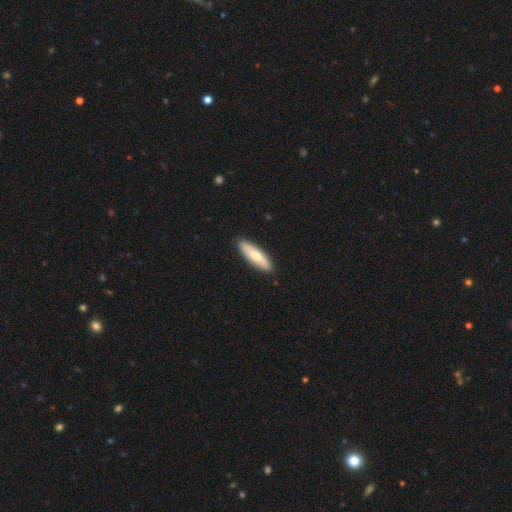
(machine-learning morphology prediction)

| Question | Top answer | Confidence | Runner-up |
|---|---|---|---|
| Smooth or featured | smooth | 75% | featured or disk (20%) |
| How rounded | cigar-shaped | 66% | in between (33%) |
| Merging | none | 89% | minor disturbance (8%) |